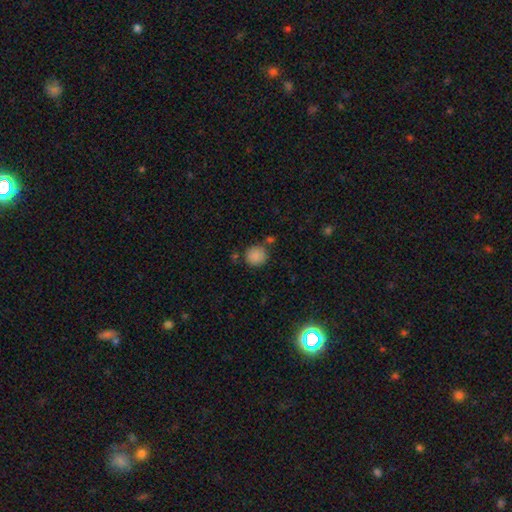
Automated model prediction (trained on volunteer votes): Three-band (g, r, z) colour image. It shows a smooth galaxy with no disk features (87%) that is round (90%). Merging: none (75%).